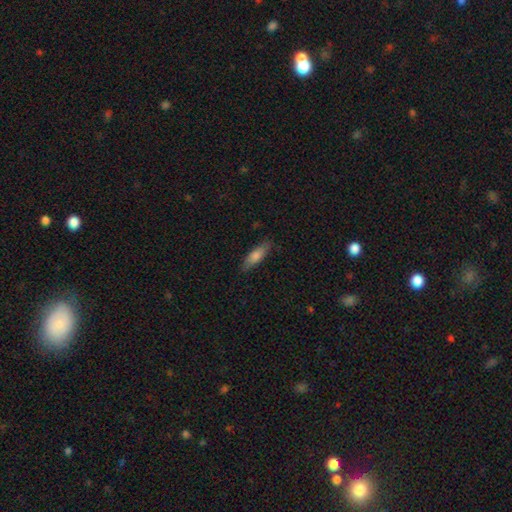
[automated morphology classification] Q: Smooth or featured?
A: smooth (75%); runner-up: featured or disk (19%)
Q: How rounded?
A: cigar-shaped (51%); runner-up: in between (47%)
Q: Merging?
A: none (83%); runner-up: minor disturbance (13%)